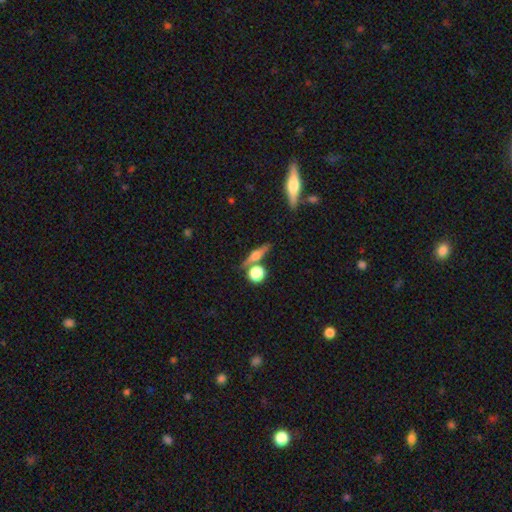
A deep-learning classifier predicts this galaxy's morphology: Overall: featured or disk (60%; smooth 29%). Edge-on disk: yes (94%). Edge-on bulge: rounded (91%). Merging: none (77%).